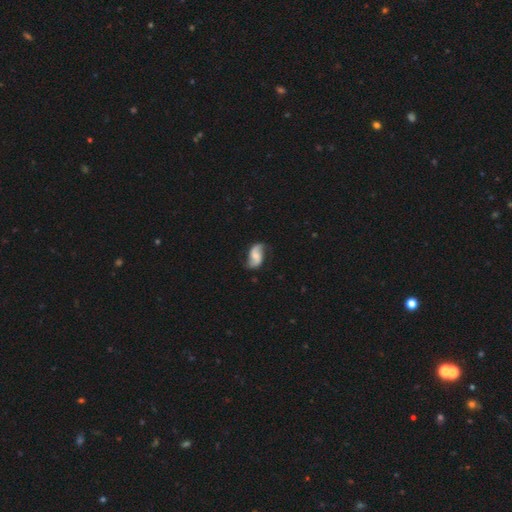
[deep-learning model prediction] smooth-or-featured: featured or disk: 75% | smooth: 18% | star or artifact: 6%
  disk-edge-on: no: 97% | yes: 3%
    bar: no: 48% | weak: 39% | strong: 13%
    has-spiral-arms: yes: 94% | no: 6%
      spiral-winding: loose: 65% | medium: 26% | tight: 9%
      spiral-arm-count: 2: 92% | can't tell: 3% | 1: 2% | 3: 1% | 4: 1% | more than 4: 1%
    bulge-size: small: 40% | moderate: 38% | none: 15% | large: 6% | dominant: 2%
  merging: none: 73% | minor disturbance: 19% | major disturbance: 6% | merger: 2%